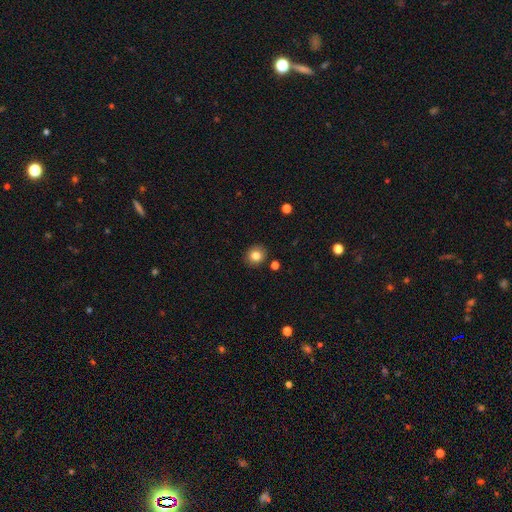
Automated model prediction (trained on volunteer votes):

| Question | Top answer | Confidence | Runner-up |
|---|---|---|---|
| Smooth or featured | smooth | 82% | star or artifact (11%) |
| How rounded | round | 80% | in between (19%) |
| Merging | none | 88% | minor disturbance (8%) |